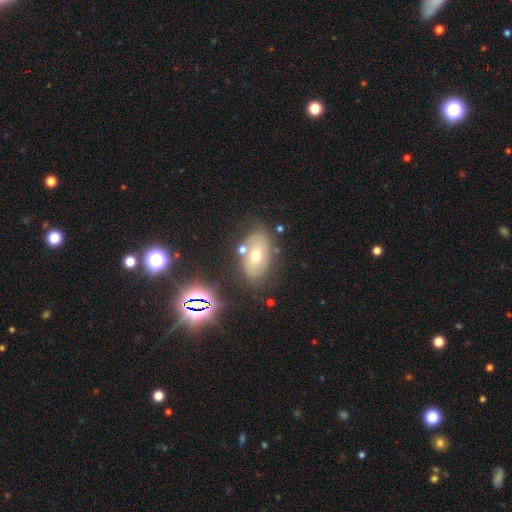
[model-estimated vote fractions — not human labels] Q: Smooth or featured?
A: smooth (48%); runner-up: featured or disk (34%)
Q: Merging?
A: none (70%); runner-up: minor disturbance (15%)